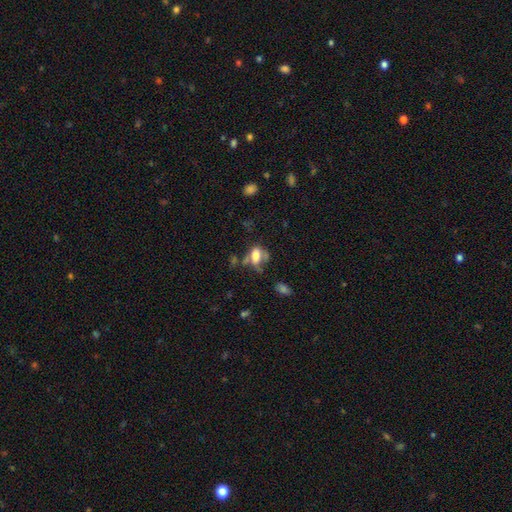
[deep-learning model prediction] Overall: smooth (58%; featured or disk 29%). How rounded: in between (81%). Merging: none (35%; major disturbance 24%).